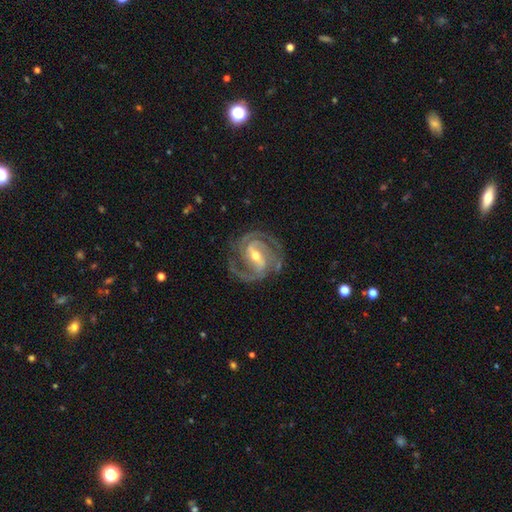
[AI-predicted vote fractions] smooth_or_featured: featured or disk (p=0.93) [alt: star or artifact p=0.04]
disk_edge_on: no (p=0.97) [alt: yes p=0.03]
bar: strong (p=0.50) [alt: weak p=0.38]
has_spiral_arms: yes (p=0.98) [alt: no p=0.02]
spiral_winding: tight (p=0.52) [alt: medium p=0.42]
spiral_arm_count: 2 (p=0.43) [alt: 3 p=0.35]
bulge_size: moderate (p=0.58) [alt: small p=0.38]
merging: none (p=0.76) [alt: minor disturbance p=0.15]